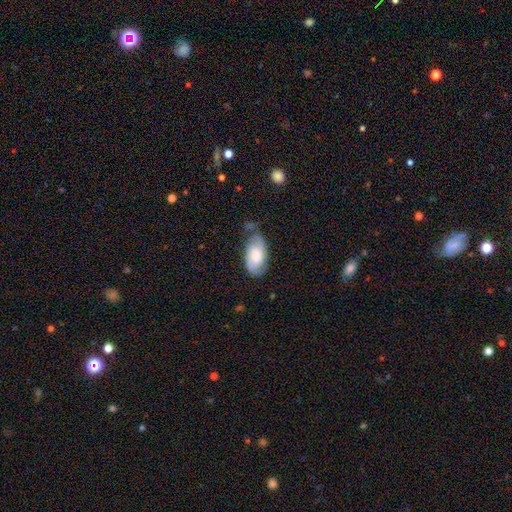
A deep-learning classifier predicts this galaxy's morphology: The model was most divided on "bulge size": moderate: 45%, small: 25%, large: 21%, none: 7%, dominant: 3%. More confident: edge-on disk — no (95%); spiral arms — yes (89%); merging — none (59%); smooth or featured — featured or disk (57%); bar — no (57%).